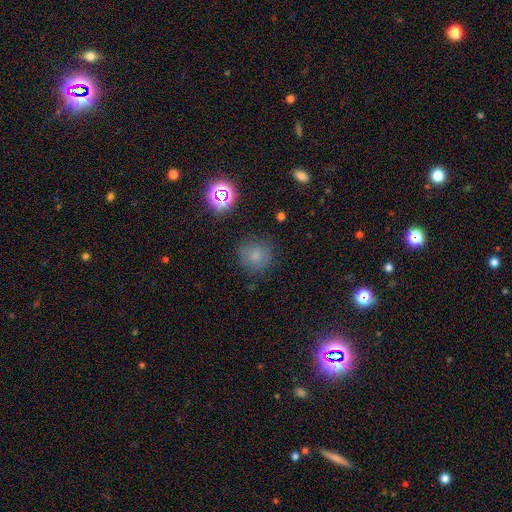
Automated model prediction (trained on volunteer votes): Overall: smooth (71%). How rounded: round (90%). Merging: none (78%).